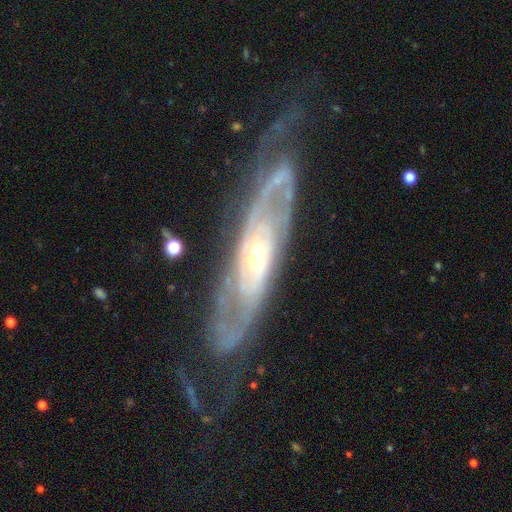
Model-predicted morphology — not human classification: Smooth or featured?
  - featured or disk: 86% *
  - smooth: 9%
  - star or artifact: 5%
Edge-on disk?
  - no: 78% *
  - yes: 22%
Bar?
  - no: 62% *
  - weak: 28%
  - strong: 10%
Spiral arms?
  - yes: 87% *
  - no: 13%
Spiral winding?
  - tight: 59% *
  - medium: 30%
  - loose: 11%
Spiral arm count?
  - can't tell: 43% *
  - 2: 36%
  - 3: 7%
  - 1: 5%
  - 4: 5%
  - more than 4: 4%
Bulge size?
  - moderate: 53% *
  - small: 41%
  - large: 4%
  - none: 1%
  - dominant: 1%
Merging?
  - none: 72% *
  - minor disturbance: 17%
  - major disturbance: 9%
  - merger: 3%